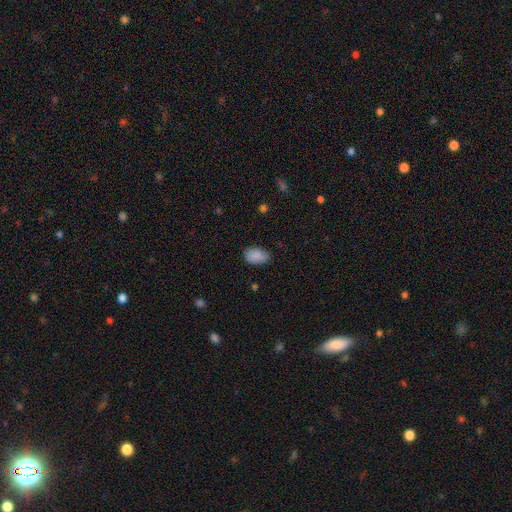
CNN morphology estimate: Smooth or featured?
  - smooth: 88% *
  - star or artifact: 8%
  - featured or disk: 4%
How rounded?
  - in between: 88% *
  - round: 11%
  - cigar-shaped: 1%
Merging?
  - none: 75% *
  - minor disturbance: 20%
  - major disturbance: 4%
  - merger: 1%